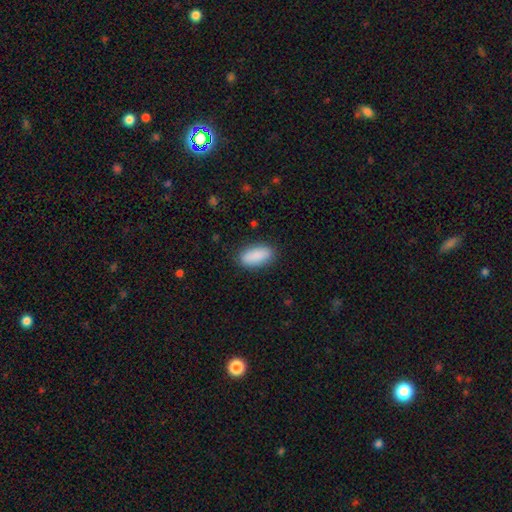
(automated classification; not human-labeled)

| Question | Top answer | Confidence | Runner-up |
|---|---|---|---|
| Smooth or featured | smooth | 90% | star or artifact (6%) |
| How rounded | in between | 87% | cigar-shaped (11%) |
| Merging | none | 87% | minor disturbance (10%) |